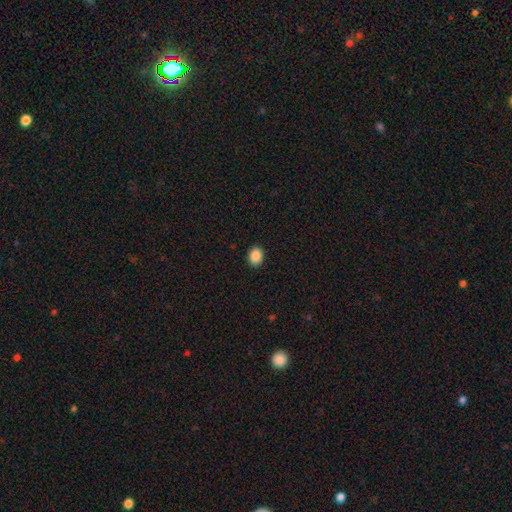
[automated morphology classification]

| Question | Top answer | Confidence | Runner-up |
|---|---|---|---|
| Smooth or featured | smooth | 89% | star or artifact (9%) |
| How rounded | round | 56% | in between (43%) |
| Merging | none | 91% | minor disturbance (6%) |